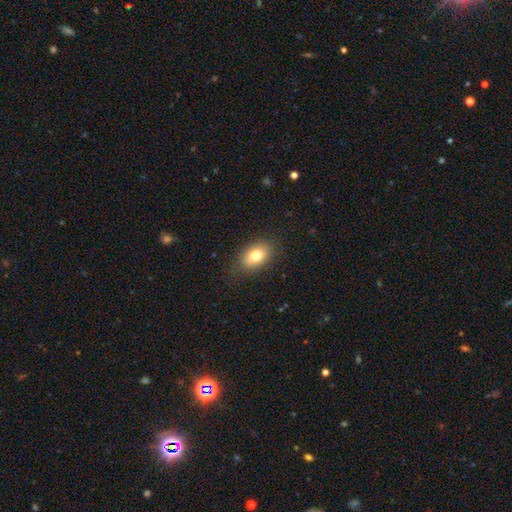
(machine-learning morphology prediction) The model was most divided on "how rounded": in between: 80%, round: 19%, cigar-shaped: 1%. More confident: merging — none (81%); smooth or featured — smooth (78%).